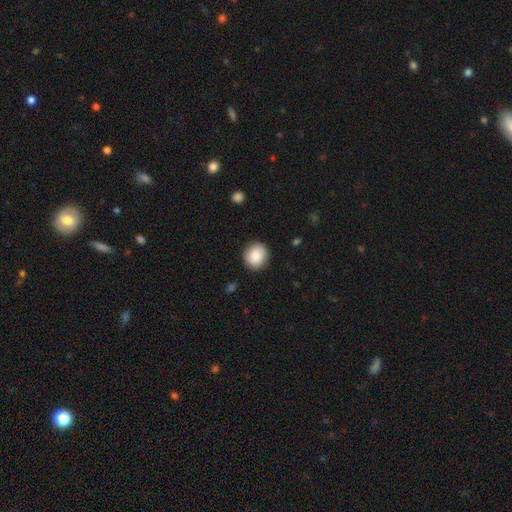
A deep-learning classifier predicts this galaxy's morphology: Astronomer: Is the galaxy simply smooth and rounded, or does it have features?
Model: smooth — 85%.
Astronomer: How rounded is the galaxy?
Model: round — 85%.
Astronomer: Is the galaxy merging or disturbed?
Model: none — 89%.